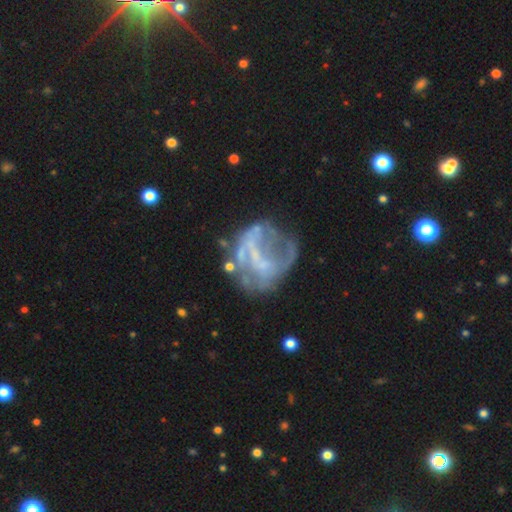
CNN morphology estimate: featured or disk 67%, smooth 19%, star or artifact 14%. Down the decision tree: edge-on disk — no (97%); bar — no (53%); spiral arms — no (63%); bulge size — none (59%); merging — none (43%).